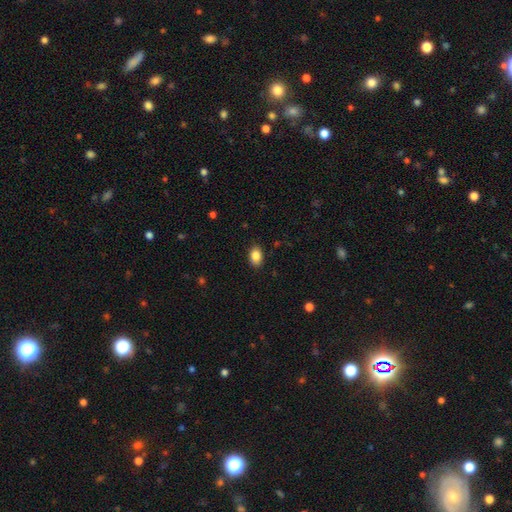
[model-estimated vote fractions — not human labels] Morphology: type=smooth (86%); roundness=in between (80%); merging=none (87%).